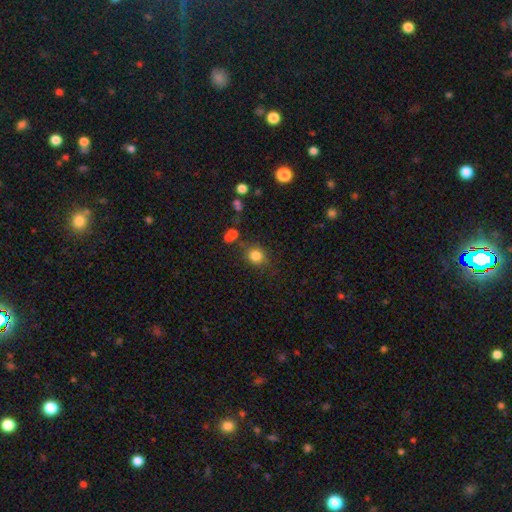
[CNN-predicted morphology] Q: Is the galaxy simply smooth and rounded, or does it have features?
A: smooth — 82%.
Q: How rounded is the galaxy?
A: round — 74%.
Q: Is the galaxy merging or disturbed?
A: none — 76%.